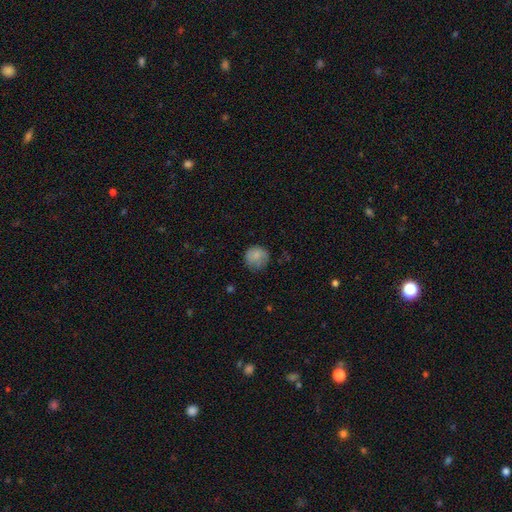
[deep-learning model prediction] Smooth or featured? smooth (80%)
How rounded? round (88%)
Merging? none (69%)